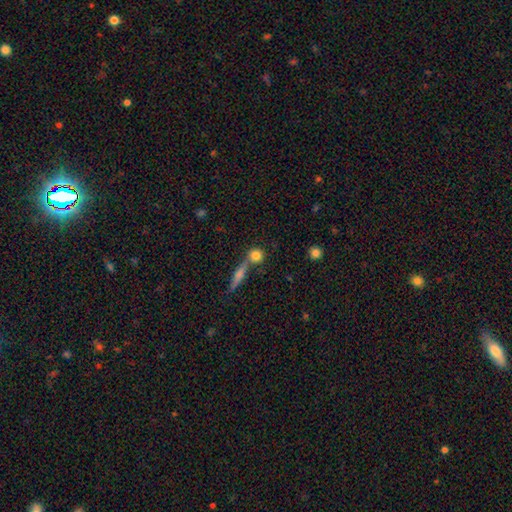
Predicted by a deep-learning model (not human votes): Q: Smooth or featured?
A: smooth (79%); runner-up: featured or disk (11%)
Q: How rounded?
A: round (86%); runner-up: in between (10%)
Q: Merging?
A: none (62%); runner-up: merger (26%)